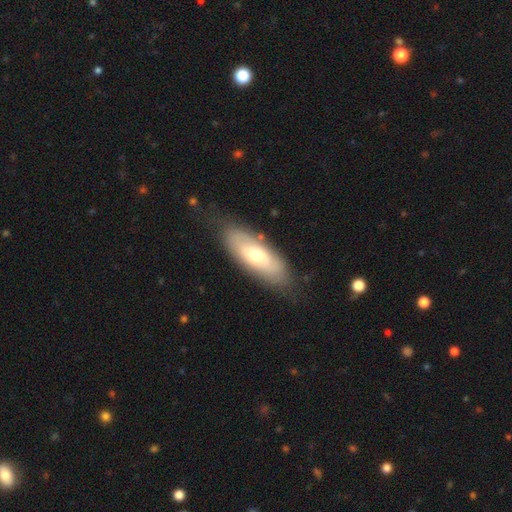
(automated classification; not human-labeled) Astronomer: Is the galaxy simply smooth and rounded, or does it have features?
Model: smooth — 48% (runner-up: featured or disk, 45%).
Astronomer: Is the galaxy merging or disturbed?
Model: none — 76%.